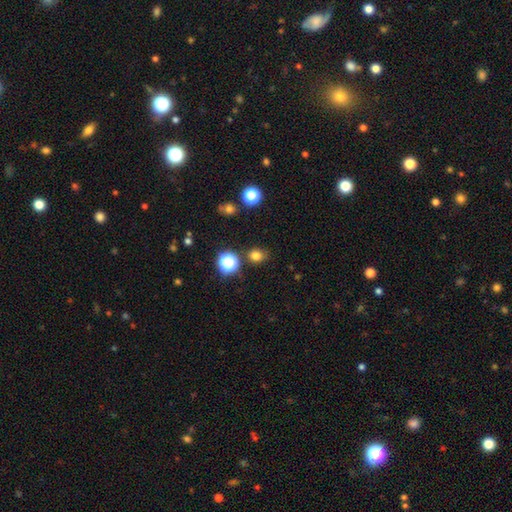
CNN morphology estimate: This appears to be a smooth galaxy with no disk features (76%) that is round (72%). Merging: none (79%).